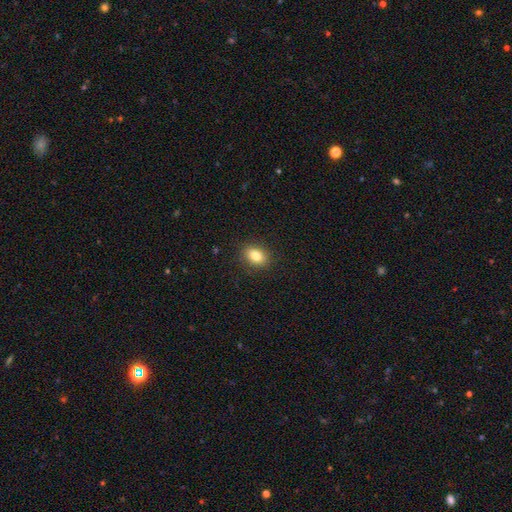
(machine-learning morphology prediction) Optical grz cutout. It shows a smooth galaxy with no disk features (83%) that is in between round and cigar-shaped (70%). Merging: none (88%).